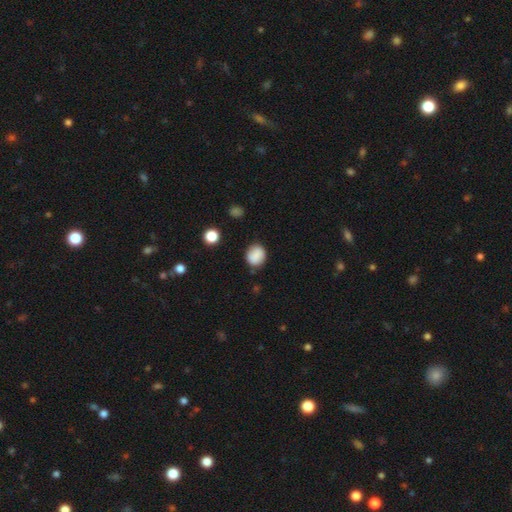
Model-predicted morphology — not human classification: This appears to be a smooth galaxy with no disk features (86%) that is round (65%). Merging: none (81%).